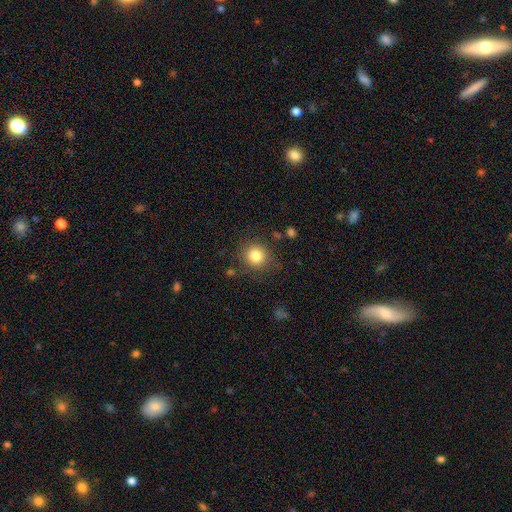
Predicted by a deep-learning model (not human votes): Morphology: type=smooth (82%); roundness=round (90%); merging=none (85%).